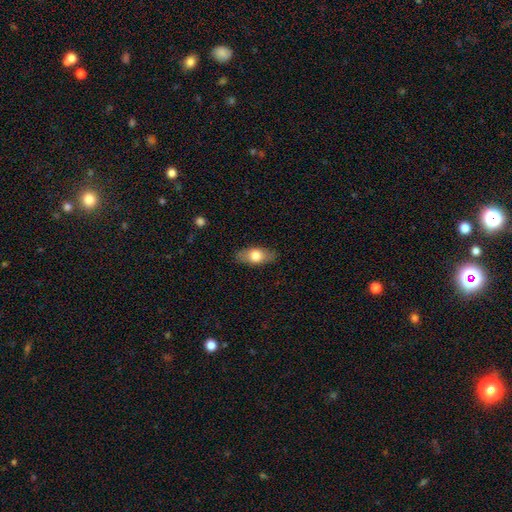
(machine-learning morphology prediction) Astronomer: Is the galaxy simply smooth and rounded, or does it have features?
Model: smooth — 71%.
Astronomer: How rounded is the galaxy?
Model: in between — 86%.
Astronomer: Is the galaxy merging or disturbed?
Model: none — 84%.